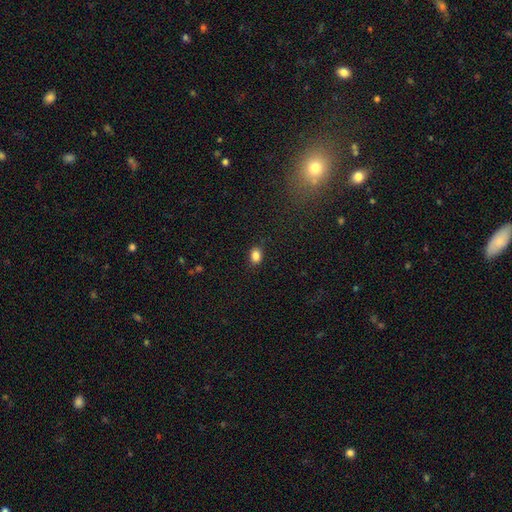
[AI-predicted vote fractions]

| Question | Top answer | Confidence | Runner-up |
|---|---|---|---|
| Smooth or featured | smooth | 85% | star or artifact (10%) |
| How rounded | in between | 76% | round (23%) |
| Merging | none | 87% | minor disturbance (10%) |